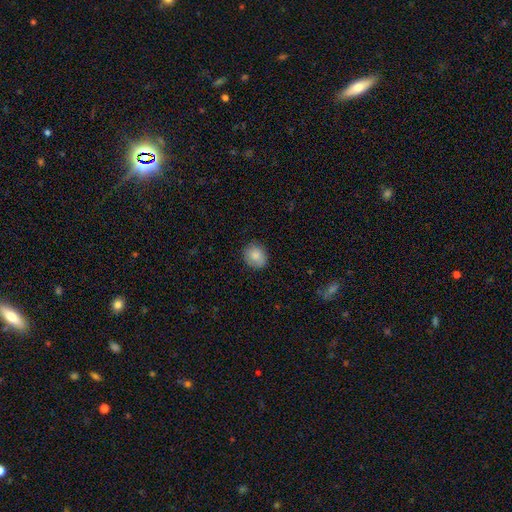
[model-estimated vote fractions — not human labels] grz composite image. It shows a smooth galaxy with no disk features (84%) that is round (71%). Merging: none (85%).